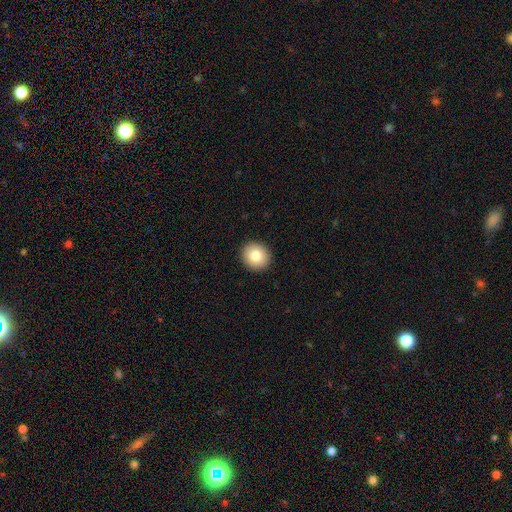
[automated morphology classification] Smooth or featured? Predicted: smooth (p=0.82). How rounded? Predicted: round (p=0.86). Merging? Predicted: none (p=0.93).